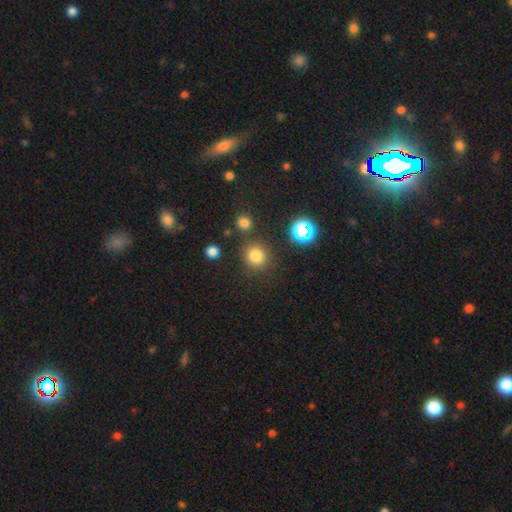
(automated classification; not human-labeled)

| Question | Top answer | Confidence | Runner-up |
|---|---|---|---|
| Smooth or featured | smooth | 77% | star or artifact (18%) |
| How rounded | round | 91% | in between (8%) |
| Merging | none | 83% | minor disturbance (8%) |